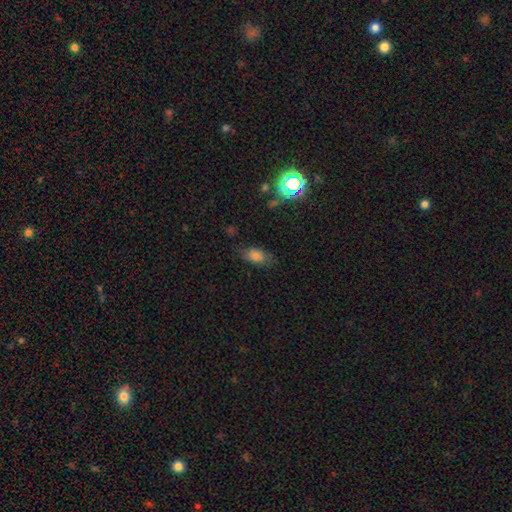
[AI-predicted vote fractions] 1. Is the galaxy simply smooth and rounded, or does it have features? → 74% smooth, 13% featured or disk, 13% star or artifact.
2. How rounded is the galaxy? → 86% in between, 7% round, 6% cigar-shaped.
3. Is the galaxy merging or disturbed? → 69% none, 22% minor disturbance, 7% major disturbance, 2% merger.